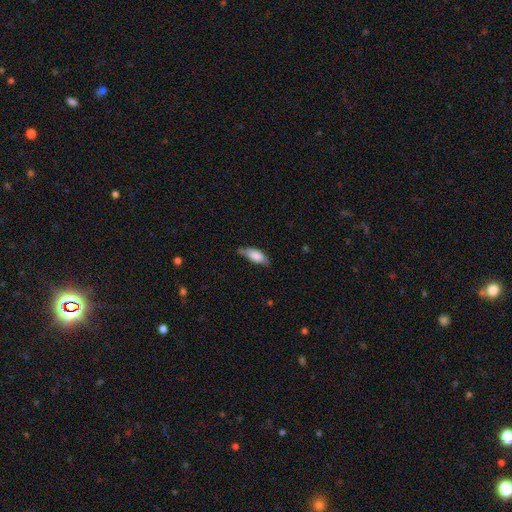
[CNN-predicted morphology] Overall: smooth (80%). How rounded: in between (79%). Merging: none (49%; minor disturbance 40%).